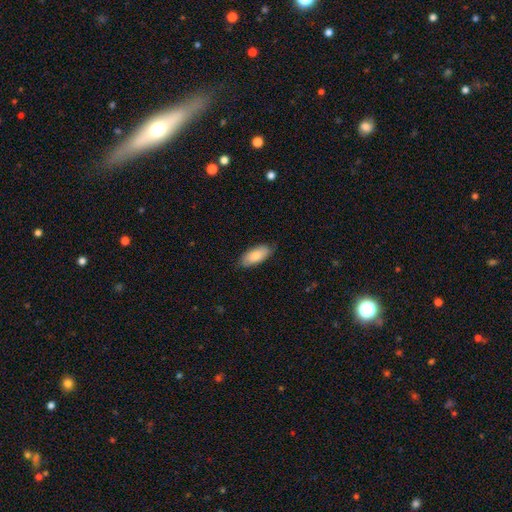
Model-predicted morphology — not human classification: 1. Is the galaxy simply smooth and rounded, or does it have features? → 80% smooth, 14% featured or disk, 6% star or artifact.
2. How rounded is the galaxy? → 88% in between, 10% cigar-shaped, 2% round.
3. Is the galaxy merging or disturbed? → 80% none, 17% minor disturbance, 3% major disturbance, 1% merger.